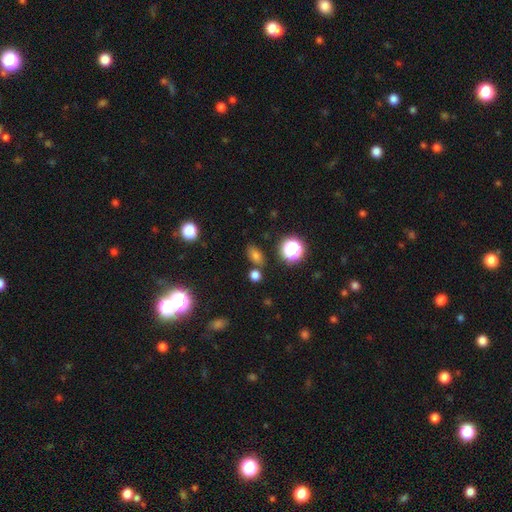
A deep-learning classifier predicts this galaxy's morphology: Smooth or featured? Predicted: smooth (p=0.72). How rounded? Predicted: in between (p=0.76). Merging? Predicted: none (p=0.76).